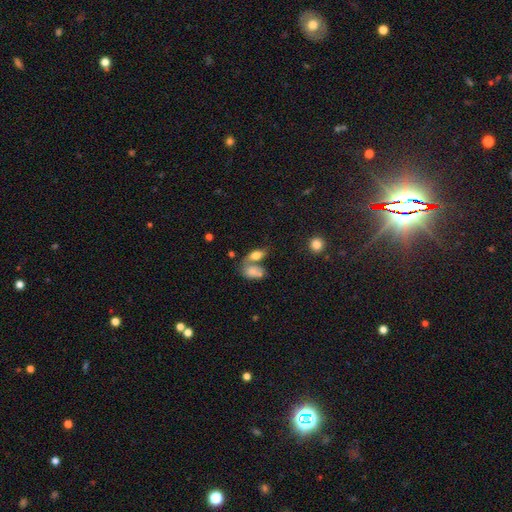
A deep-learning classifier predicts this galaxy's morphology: Q: Smooth or featured?
A: smooth (73%); runner-up: featured or disk (17%)
Q: How rounded?
A: in between (83%); runner-up: round (9%)
Q: Merging?
A: merger (48%); runner-up: none (33%)